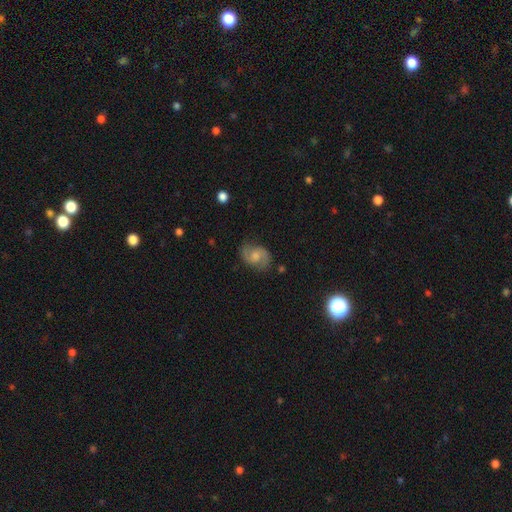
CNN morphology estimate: A featured or disk galaxy (73%) with no bar (54%), 2 (91%) medium (54%) spiral arms (94%) and a moderate central bulge (48%).

Vote fractions:
- Smooth or featured? featured or disk: 73% / smooth: 20% / star or artifact: 8%
- Edge-on disk? no: 98% / yes: 2%
- Bar? no: 54% / weak: 40% / strong: 6%
- Spiral arms? yes: 94% / no: 6%
- Spiral winding? medium: 54% / loose: 26% / tight: 20%
- Spiral arm count? 2: 91% / can't tell: 4% / 1: 2% / 3: 1% / 4: 1% / more than 4: 1%
- Bulge size? moderate: 48% / small: 25% / none: 13% / large: 12% / dominant: 2%
- Merging? none: 77% / minor disturbance: 16% / major disturbance: 5% / merger: 1%